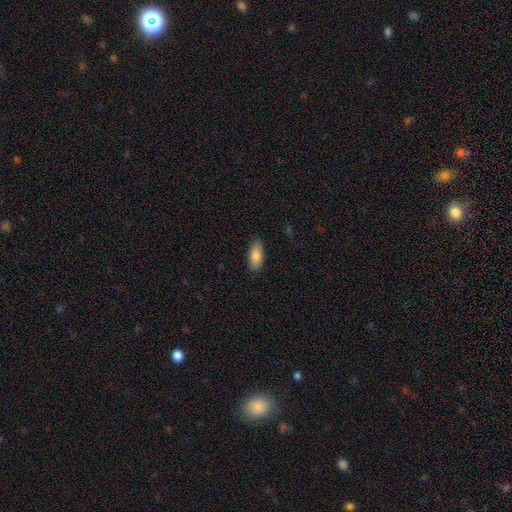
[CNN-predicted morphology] The model was most divided on "how rounded": in between: 86%, cigar-shaped: 12%, round: 2%. More confident: merging — none (87%); smooth or featured — smooth (86%).